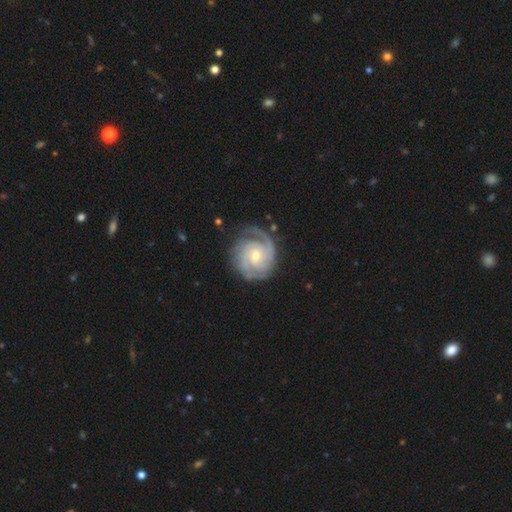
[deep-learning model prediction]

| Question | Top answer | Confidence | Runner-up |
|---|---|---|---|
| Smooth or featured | featured or disk | 90% | smooth (6%) |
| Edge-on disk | no | 98% | yes (2%) |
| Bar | no | 59% | weak (35%) |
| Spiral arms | yes | 98% | no (2%) |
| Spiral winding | tight | 66% | medium (29%) |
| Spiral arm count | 2 | 34% | 3 (28%) |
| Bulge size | small | 53% | moderate (43%) |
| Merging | none | 77% | minor disturbance (15%) |